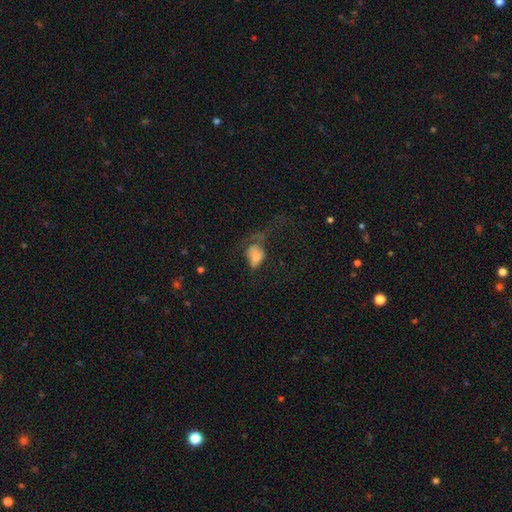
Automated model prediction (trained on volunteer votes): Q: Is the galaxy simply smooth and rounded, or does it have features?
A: smooth — 65%.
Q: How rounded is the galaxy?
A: in between — 83%.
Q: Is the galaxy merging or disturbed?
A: major disturbance — 60%.